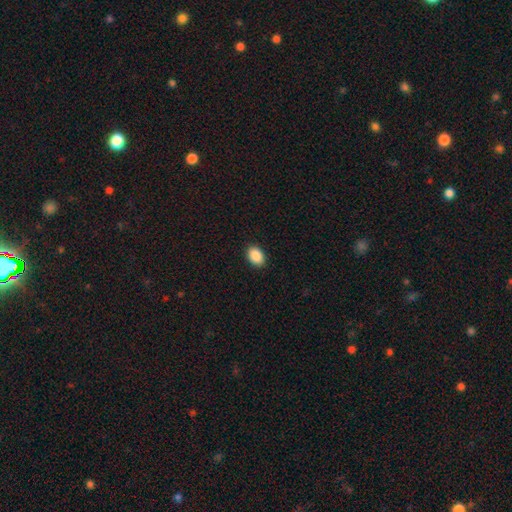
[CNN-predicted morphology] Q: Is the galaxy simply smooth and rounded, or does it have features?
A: smooth — 90%.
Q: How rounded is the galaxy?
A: in between — 81%.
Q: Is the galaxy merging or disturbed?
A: none — 90%.